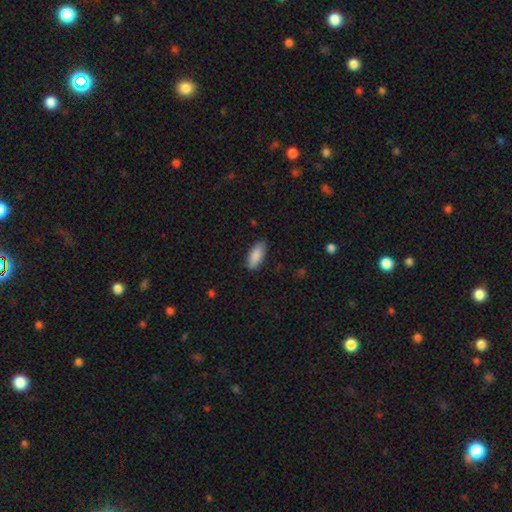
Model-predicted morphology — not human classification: Smooth or featured?
  - smooth: 89% *
  - star or artifact: 6%
  - featured or disk: 6%
How rounded?
  - in between: 83% *
  - cigar-shaped: 16%
  - round: 2%
Merging?
  - none: 86% *
  - minor disturbance: 11%
  - major disturbance: 2%
  - merger: 1%